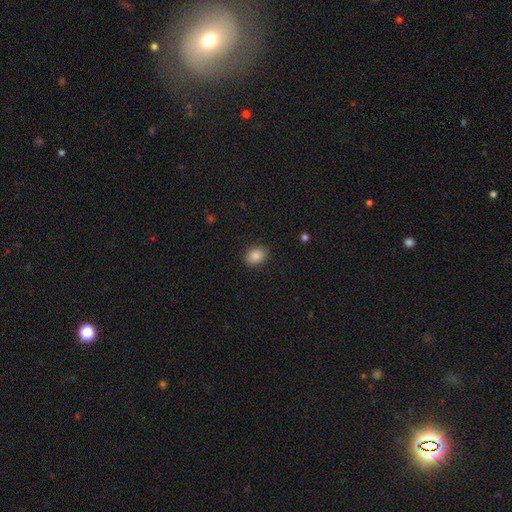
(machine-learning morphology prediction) A smooth galaxy with no disk features (87%) that is in between round and cigar-shaped (57%).

Vote fractions:
- Smooth or featured? smooth: 87% / star or artifact: 9% / featured or disk: 4%
- How rounded? in between: 57% / round: 42% / cigar-shaped: 1%
- Merging? none: 89% / minor disturbance: 8% / major disturbance: 2% / merger: 1%